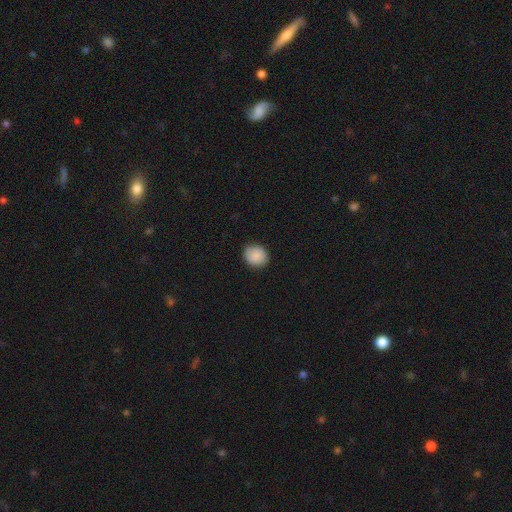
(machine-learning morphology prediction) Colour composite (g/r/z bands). It shows a smooth galaxy with no disk features (87%) that is round (75%). Merging: none (87%).